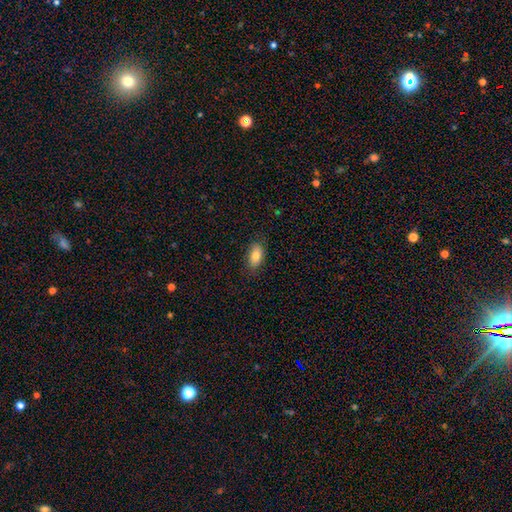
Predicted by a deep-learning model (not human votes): Smooth or featured: smooth — 81% (featured or disk — 11%)
How rounded: in between — 91% (cigar-shaped — 5%)
Merging: none — 85% (minor disturbance — 12%)